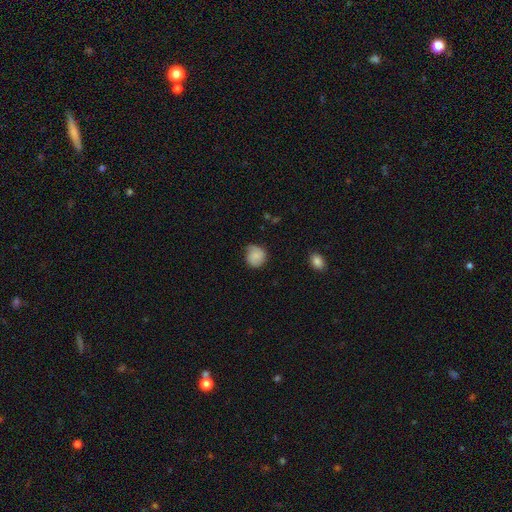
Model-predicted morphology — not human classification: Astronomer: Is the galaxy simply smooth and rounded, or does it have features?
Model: smooth — 79%.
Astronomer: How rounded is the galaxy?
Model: round — 81%.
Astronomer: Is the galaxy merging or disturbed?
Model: none — 62%.